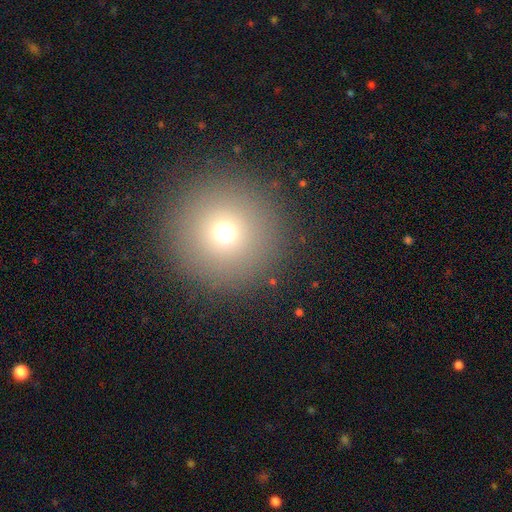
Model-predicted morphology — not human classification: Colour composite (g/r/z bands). It shows a smooth galaxy with no disk features (69%) that is round (96%). Merging: none (92%).